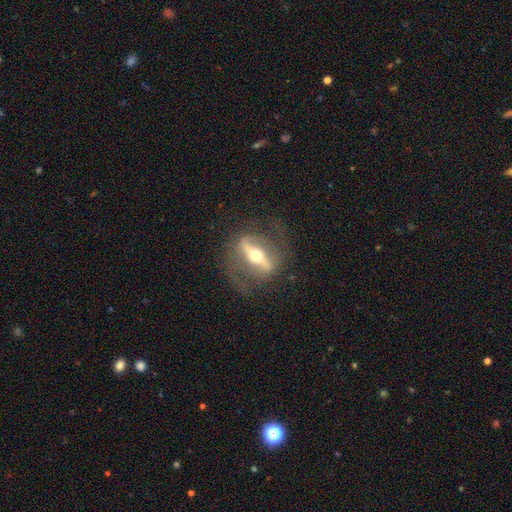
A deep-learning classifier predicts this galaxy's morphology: smooth-or-featured: featured or disk: 82% | smooth: 12% | star or artifact: 6%
  disk-edge-on: no: 62% | yes: 38%
    bar: strong: 80% | weak: 11% | no: 9%
    has-spiral-arms: yes: 55% | no: 45%
    bulge-size: moderate: 65% | small: 27% | large: 6% | dominant: 1% | none: 1%
  merging: none: 72% | minor disturbance: 14% | major disturbance: 13% | merger: 1%